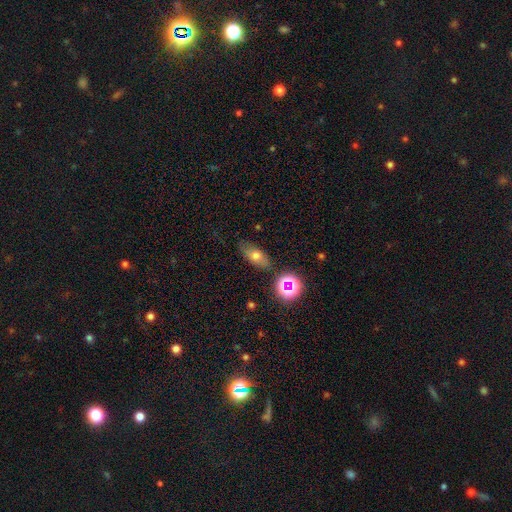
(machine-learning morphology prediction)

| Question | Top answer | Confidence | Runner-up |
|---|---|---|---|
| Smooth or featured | smooth | 67% | featured or disk (20%) |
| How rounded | in between | 80% | cigar-shaped (10%) |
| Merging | none | 78% | minor disturbance (15%) |